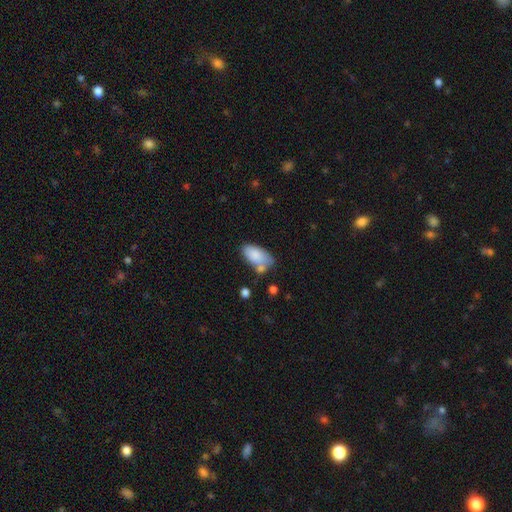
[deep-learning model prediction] The model was most divided on "merging": none: 53%, minor disturbance: 22%, merger: 18%, major disturbance: 7%. More confident: how rounded — in between (92%); smooth or featured — smooth (83%).